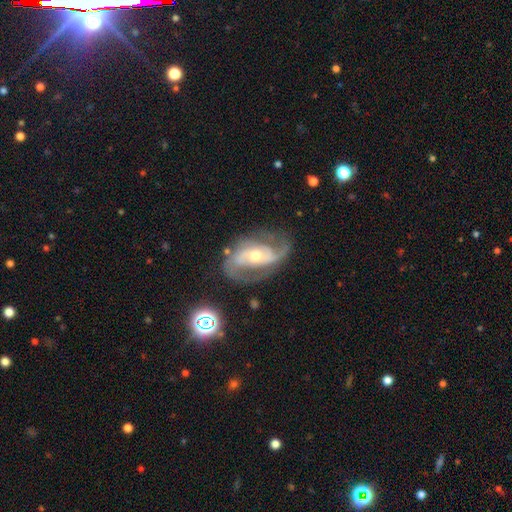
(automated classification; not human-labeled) smooth_or_featured: featured or disk (p=0.88) [alt: smooth p=0.06]
disk_edge_on: no (p=0.97) [alt: yes p=0.03]
bar: no (p=0.44) [alt: weak p=0.35]
has_spiral_arms: yes (p=0.96) [alt: no p=0.04]
spiral_winding: medium (p=0.50) [alt: loose p=0.26]
spiral_arm_count: 2 (p=0.82) [alt: can't tell p=0.06]
bulge_size: moderate (p=0.62) [alt: small p=0.32]
merging: none (p=0.67) [alt: minor disturbance p=0.19]